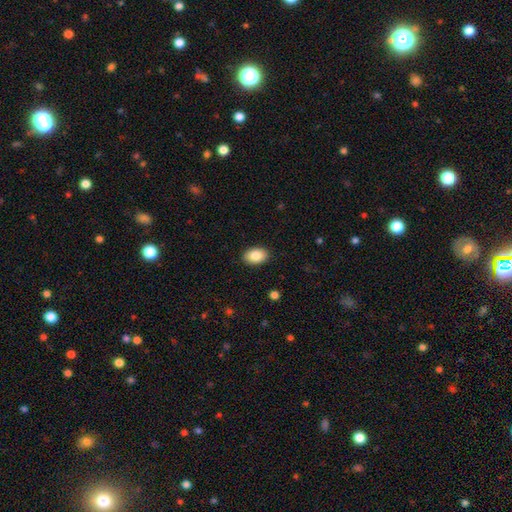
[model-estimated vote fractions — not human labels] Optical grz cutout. It shows a smooth galaxy with no disk features (86%) that is in between round and cigar-shaped (87%). Merging: none (90%).